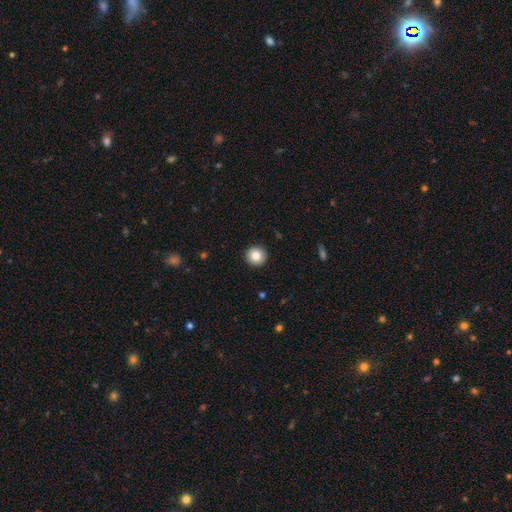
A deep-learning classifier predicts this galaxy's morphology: This is clearly a smooth galaxy (84%). How rounded: clearly round (96%). Merging: clearly none (93%).